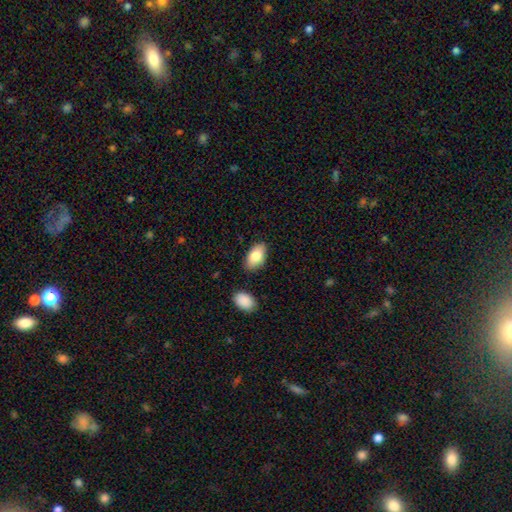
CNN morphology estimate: Smooth or featured?
  - smooth: 82% *
  - featured or disk: 11%
  - star or artifact: 7%
How rounded?
  - in between: 94% *
  - round: 4%
  - cigar-shaped: 2%
Merging?
  - none: 82% *
  - minor disturbance: 13%
  - merger: 3%
  - major disturbance: 3%